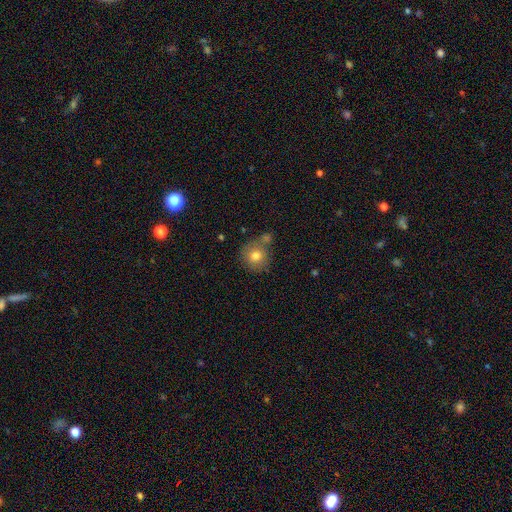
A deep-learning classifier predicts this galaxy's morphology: smooth_or_featured: smooth (p=0.78) [alt: featured or disk p=0.13]
how_rounded: round (p=0.90) [alt: in between p=0.09]
merging: none (p=0.59) [alt: merger p=0.23]